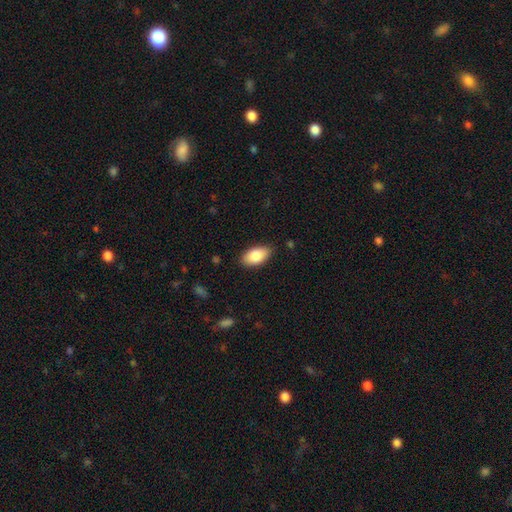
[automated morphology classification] Smooth or featured? smooth (86%)
How rounded? in between (94%)
Merging? none (85%)